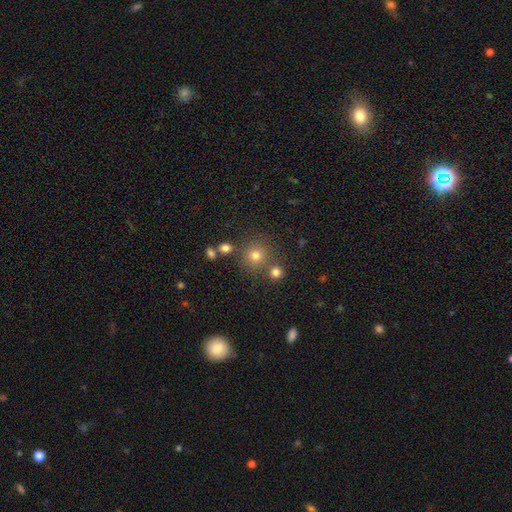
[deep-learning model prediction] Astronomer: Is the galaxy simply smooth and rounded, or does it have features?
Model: smooth — 73%.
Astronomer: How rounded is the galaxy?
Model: round — 92%.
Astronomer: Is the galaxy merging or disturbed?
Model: none — 78%.